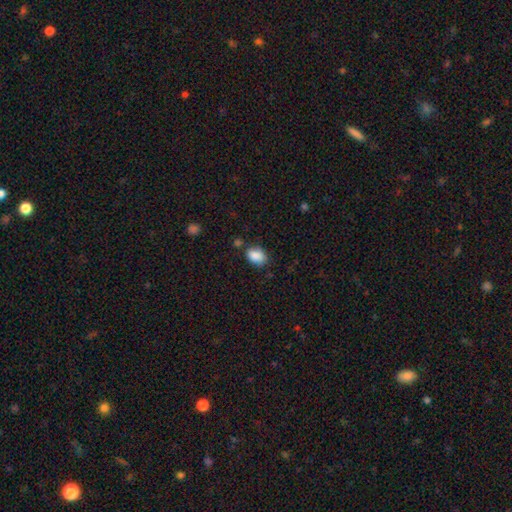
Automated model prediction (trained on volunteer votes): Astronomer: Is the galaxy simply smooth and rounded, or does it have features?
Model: smooth — 87%.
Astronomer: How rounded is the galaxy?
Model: in between — 80%.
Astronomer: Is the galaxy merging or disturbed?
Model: none — 68%.